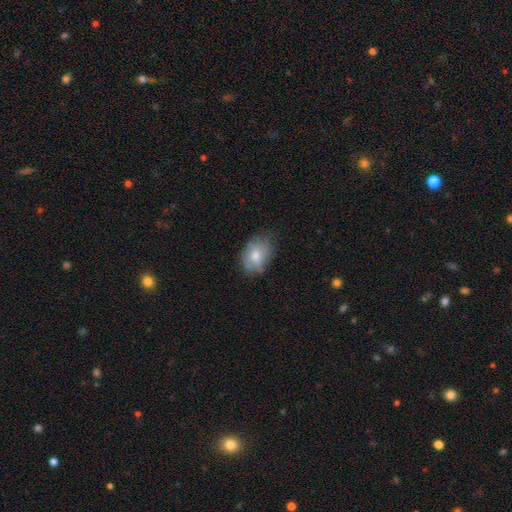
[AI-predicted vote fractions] smooth-or-featured: smooth: 62% | featured or disk: 30% | star or artifact: 8%
  how-rounded: in between: 75% | round: 23% | cigar-shaped: 1%
  merging: none: 59% | minor disturbance: 29% | major disturbance: 11% | merger: 1%